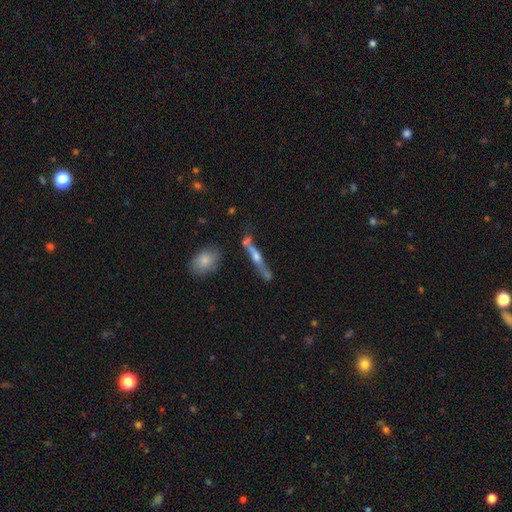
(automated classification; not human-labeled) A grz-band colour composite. It shows a featured or disk galaxy (66%) viewed edge-on (92%) with a rounded central bulge (82%). Merging: none (62%).